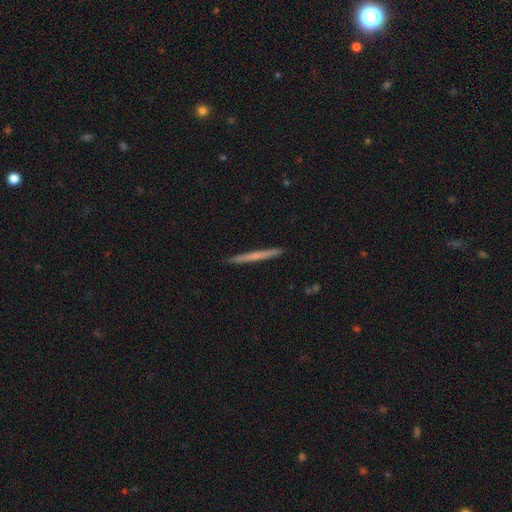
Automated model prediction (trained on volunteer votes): A smooth galaxy with no disk features (55%) that is cigar-shaped (97%).

Vote fractions:
- Smooth or featured? smooth: 55% / featured or disk: 40% / star or artifact: 6%
- How rounded? cigar-shaped: 97% / in between: 2% / round: 1%
- Merging? none: 93% / minor disturbance: 5% / major disturbance: 1% / merger: 1%